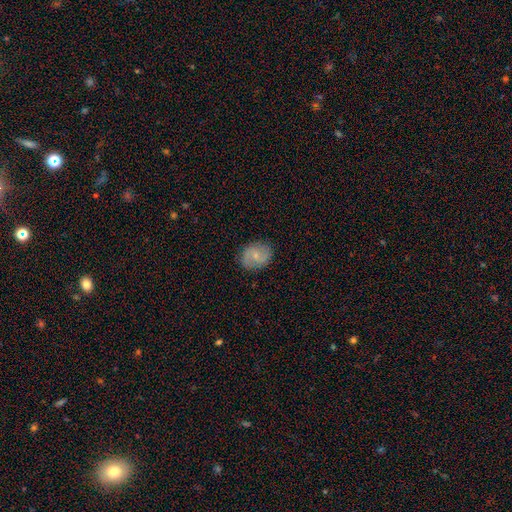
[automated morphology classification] A smooth galaxy with no disk features (46%, tied with featured or disk). Merging: none (83%).